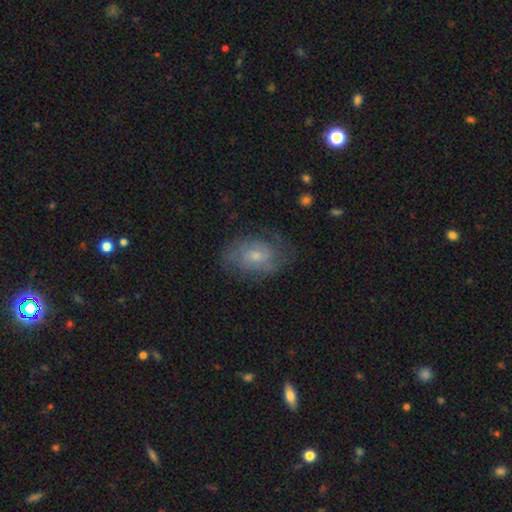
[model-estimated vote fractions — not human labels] Smooth or featured? featured or disk (58%)
Edge-on disk? no (96%)
Bar? no (66%)
Spiral arms? yes (82%)
Bulge size? small (55%)
Merging? none (70%)